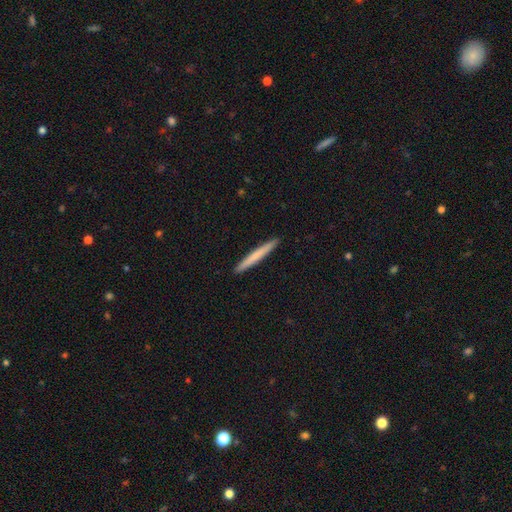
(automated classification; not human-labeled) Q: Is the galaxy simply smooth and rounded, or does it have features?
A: smooth — 67%.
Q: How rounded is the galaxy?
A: cigar-shaped — 97%.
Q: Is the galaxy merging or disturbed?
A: none — 93%.